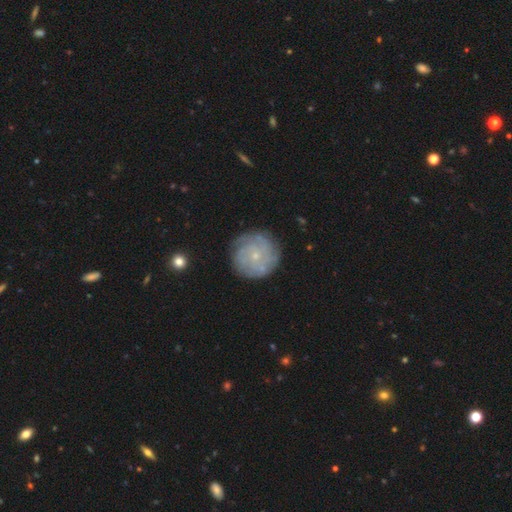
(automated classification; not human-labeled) Morphology: type=featured or disk (68%); edge-on=no (98%); bar=no (83%); spiral arms=yes (87%); winding=tight (77%); arm count=can't tell (48%); bulge=small (81%); merging=none (81%).